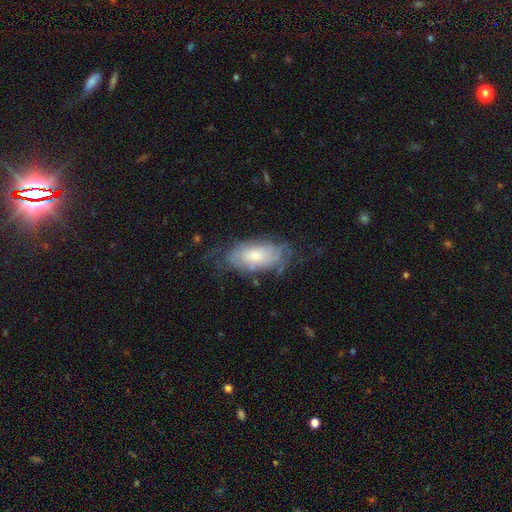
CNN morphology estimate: Smooth or featured: featured or disk — 49% (smooth — 44%)
Merging: none — 55% (minor disturbance — 28%)